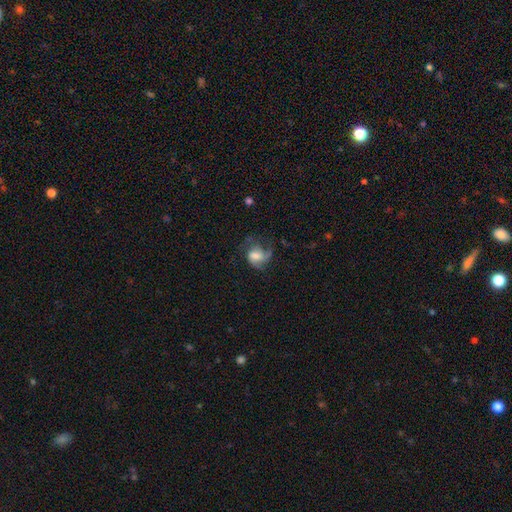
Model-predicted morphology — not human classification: type=featured or disk (63%); edge-on=no (98%); bar=no (46%); spiral arms=yes (87%); winding=medium (46%); arm count=2 (31%); bulge=moderate (39%); merging=none (44%).